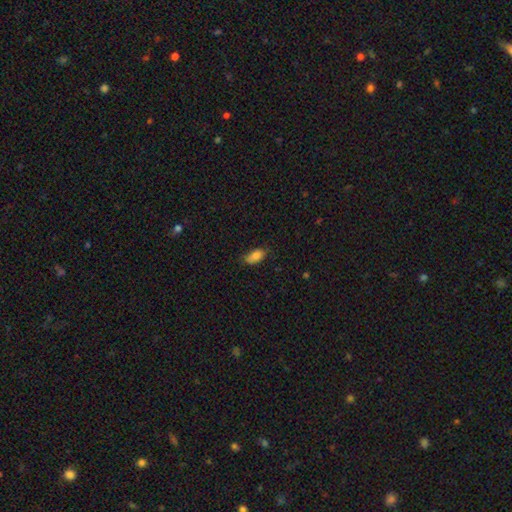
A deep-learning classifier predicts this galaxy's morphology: Smooth or featured?
  - smooth: 84% *
  - star or artifact: 8%
  - featured or disk: 7%
How rounded?
  - in between: 90% *
  - cigar-shaped: 7%
  - round: 4%
Merging?
  - none: 70% *
  - minor disturbance: 24%
  - major disturbance: 4%
  - merger: 1%